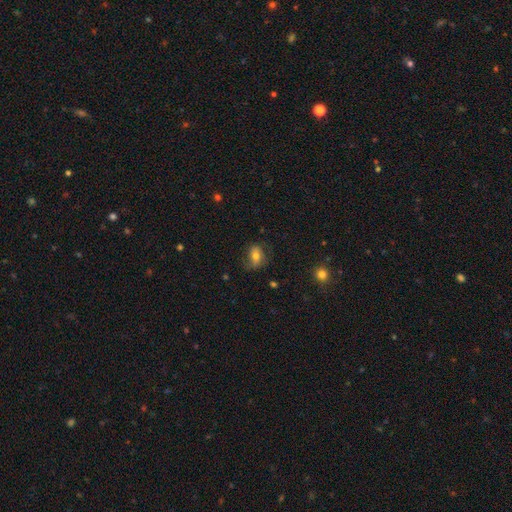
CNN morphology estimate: Smooth or featured? Predicted: smooth (p=0.63). How rounded? Predicted: in between (p=0.74). Merging? Predicted: none (p=0.65).